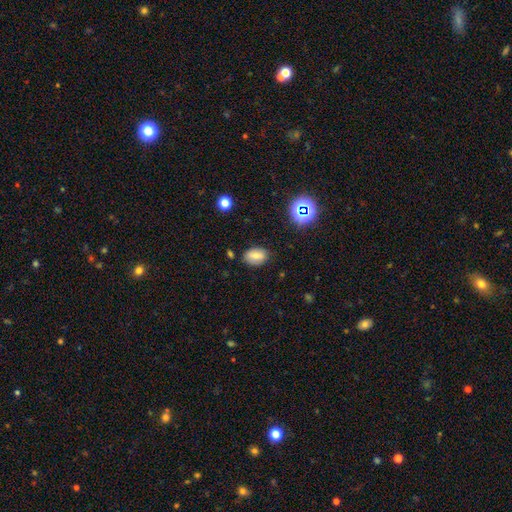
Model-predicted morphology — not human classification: This appears to be a smooth galaxy with no disk features (71%) that is in between round and cigar-shaped (82%). Merging: none (81%).